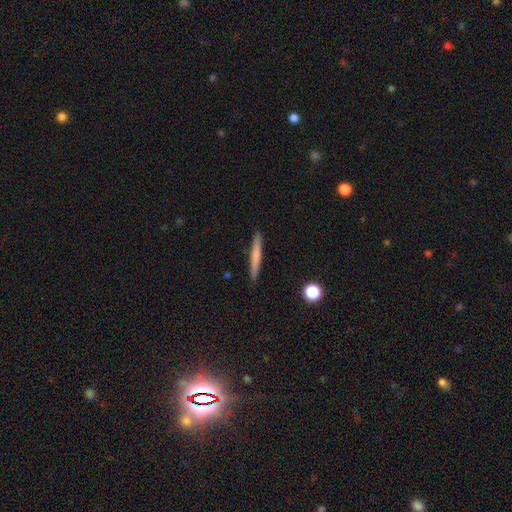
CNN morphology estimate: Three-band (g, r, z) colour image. It shows a smooth galaxy with no disk features (61%) that is cigar-shaped (96%). Merging: none (91%).